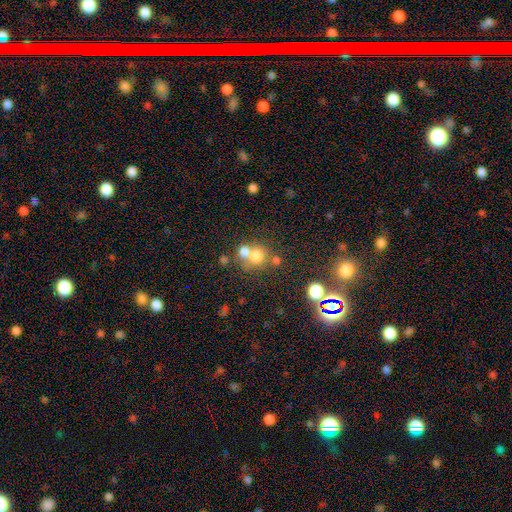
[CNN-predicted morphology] Overall: smooth (71%). How rounded: round (79%). Merging: none (44%; merger 43%).